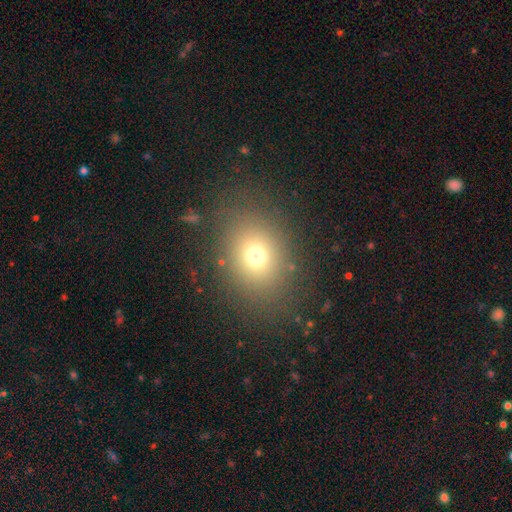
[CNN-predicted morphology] A smooth galaxy with no disk features (71%) that is in between round and cigar-shaped (53%). Merging: none (83%).